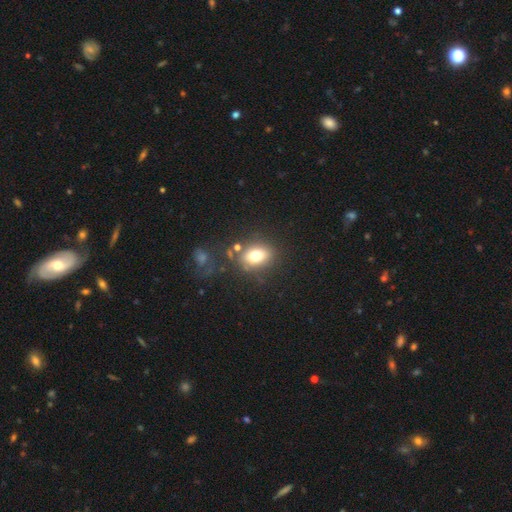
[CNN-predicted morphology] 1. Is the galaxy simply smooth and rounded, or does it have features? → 73% smooth, 15% featured or disk, 12% star or artifact.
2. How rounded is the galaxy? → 63% in between, 35% round, 2% cigar-shaped.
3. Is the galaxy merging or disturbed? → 72% none, 14% minor disturbance, 8% merger, 6% major disturbance.